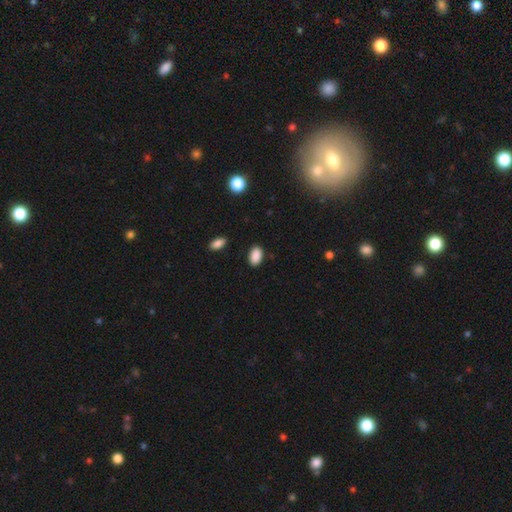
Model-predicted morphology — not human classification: This appears to be a smooth galaxy with no disk features (89%) that is in between round and cigar-shaped (90%). Merging: none (86%).